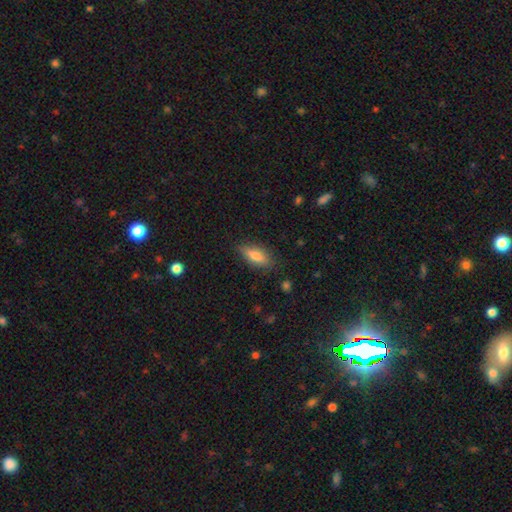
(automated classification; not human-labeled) smooth-or-featured: smooth: 70% | featured or disk: 22% | star or artifact: 8%
  how-rounded: in between: 64% | cigar-shaped: 32% | round: 3%
  merging: none: 81% | minor disturbance: 14% | major disturbance: 3% | merger: 1%